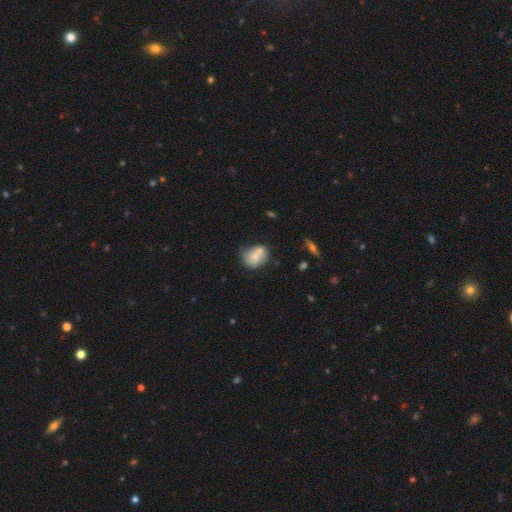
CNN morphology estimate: The model was most divided on "how rounded": round: 50%, in between: 49%, cigar-shaped: 1%. Remaining: smooth or featured — smooth (69%); merging — merger (41%).